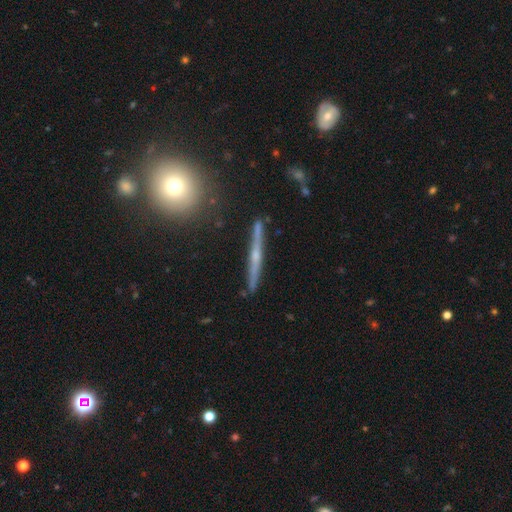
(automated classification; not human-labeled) This is likely a featured or disk galaxy (76%). It is clearly viewed edge-on (96%). Edge-on bulge: likely rounded (76%). Merging: clearly none (88%).